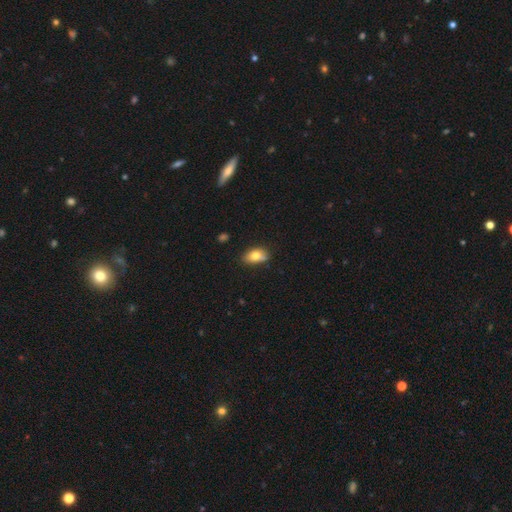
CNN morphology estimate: This is likely a smooth galaxy (77%). How rounded: clearly in between (87%). Merging: likely none (67%).